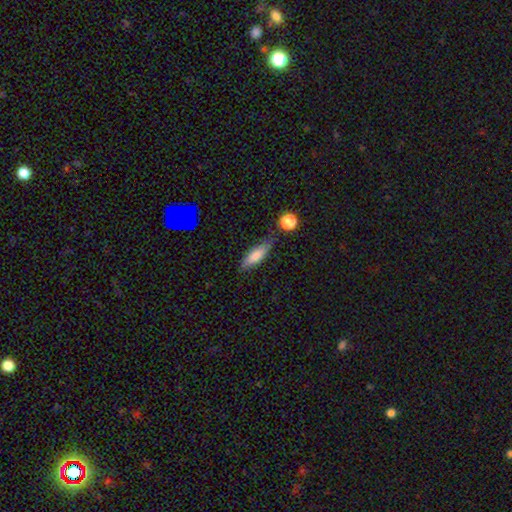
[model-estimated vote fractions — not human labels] This is likely a smooth galaxy (76%). How rounded: possibly in between (49%). Merging: likely none (69%).